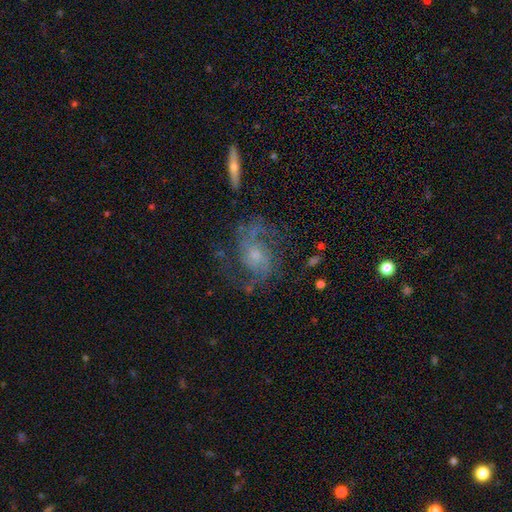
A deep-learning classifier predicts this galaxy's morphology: Smooth or featured?
  - featured or disk: 81% *
  - smooth: 11%
  - star or artifact: 8%
Edge-on disk?
  - no: 96% *
  - yes: 4%
Bar?
  - no: 63% *
  - weak: 31%
  - strong: 6%
Spiral arms?
  - yes: 92% *
  - no: 8%
Spiral winding?
  - medium: 50% *
  - loose: 32%
  - tight: 19%
Spiral arm count?
  - 2: 75% *
  - can't tell: 11%
  - 3: 6%
  - 1: 3%
  - 4: 2%
  - more than 4: 2%
Bulge size?
  - small: 48% *
  - moderate: 40%
  - none: 6%
  - large: 5%
  - dominant: 1%
Merging?
  - none: 63% *
  - minor disturbance: 18%
  - major disturbance: 16%
  - merger: 3%